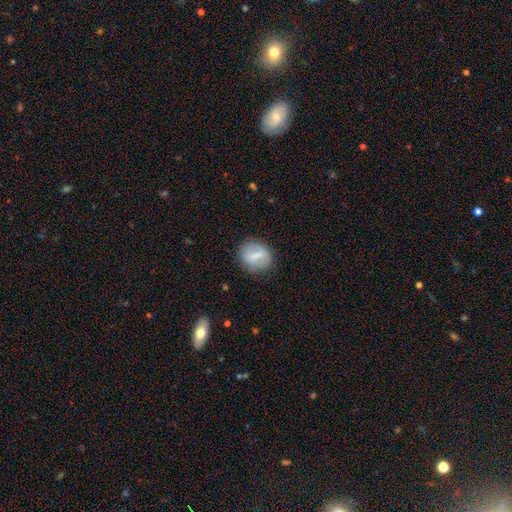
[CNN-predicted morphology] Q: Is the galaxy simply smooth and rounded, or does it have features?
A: smooth — 58%.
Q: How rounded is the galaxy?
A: round — 61%.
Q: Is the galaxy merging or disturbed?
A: none — 80%.